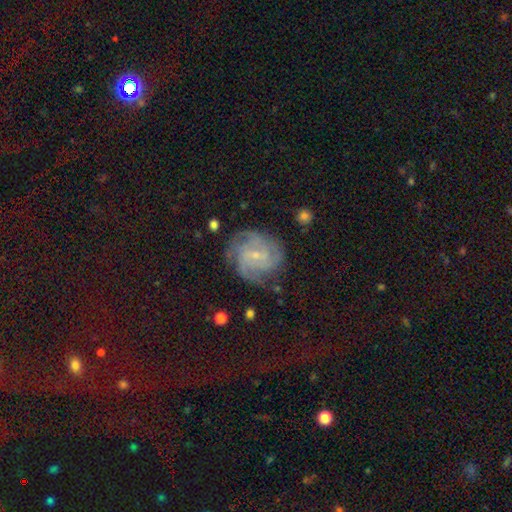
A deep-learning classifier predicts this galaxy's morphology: Overall: featured or disk (82%). Edge-on disk: no (98%). Bar: weak (45%, tied with no). Spiral arms: yes (95%). Spiral arm count: can't tell (26%; 3 24%). Spiral winding: tight (58%; medium 34%). Bulge size: small (77%). Merging: none (73%).